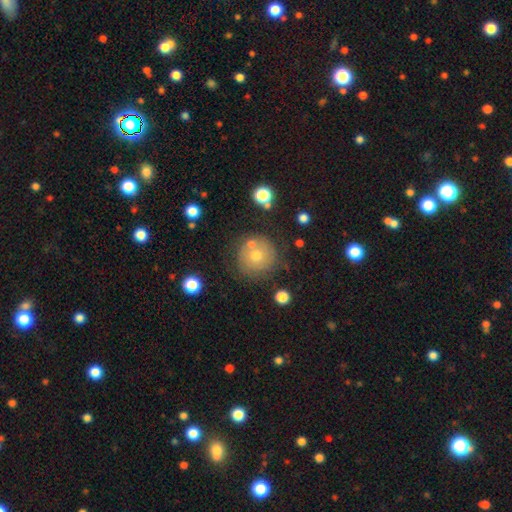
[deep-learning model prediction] smooth_or_featured: smooth (p=0.64) [alt: featured or disk p=0.22]
how_rounded: round (p=0.94) [alt: in between p=0.05]
merging: none (p=0.71) [alt: minor disturbance p=0.12]